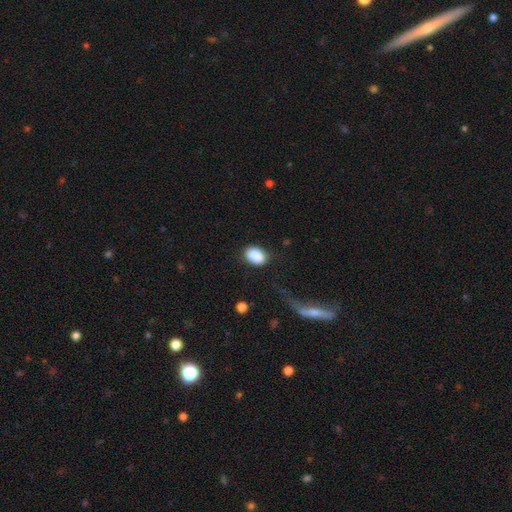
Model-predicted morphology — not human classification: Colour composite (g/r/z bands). It shows a smooth galaxy with no disk features (89%) that is in between round and cigar-shaped (80%). Merging: none (74%).